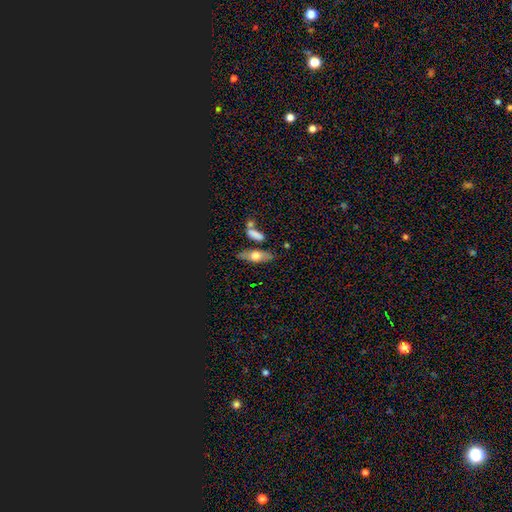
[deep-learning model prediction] Smooth or featured: smooth — 56% (featured or disk — 36%)
How rounded: in between — 57% (cigar-shaped — 38%)
Merging: none — 70% (minor disturbance — 15%)